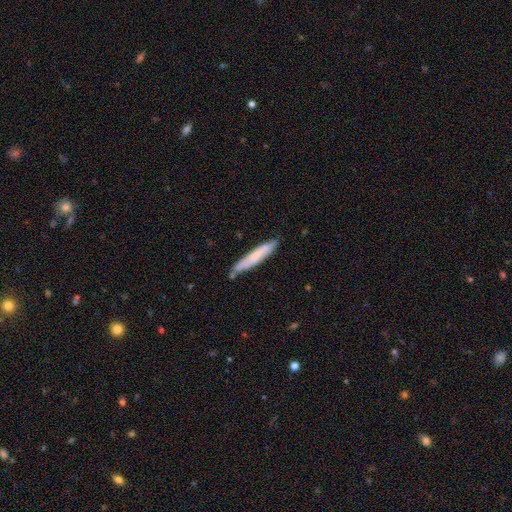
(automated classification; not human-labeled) Overall: smooth (65%; featured or disk 28%). How rounded: cigar-shaped (93%). Merging: none (78%).